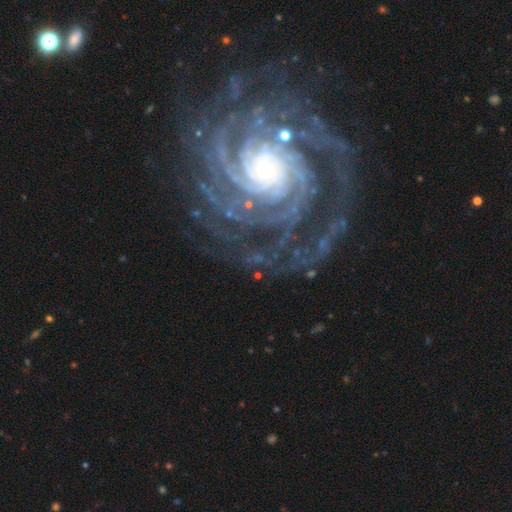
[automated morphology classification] This appears to be a featured or disk galaxy (91%) with no bar (70%), 4 (24%) tight (79%) spiral arms (99%) and a small central bulge (72%). Merging: none (75%).